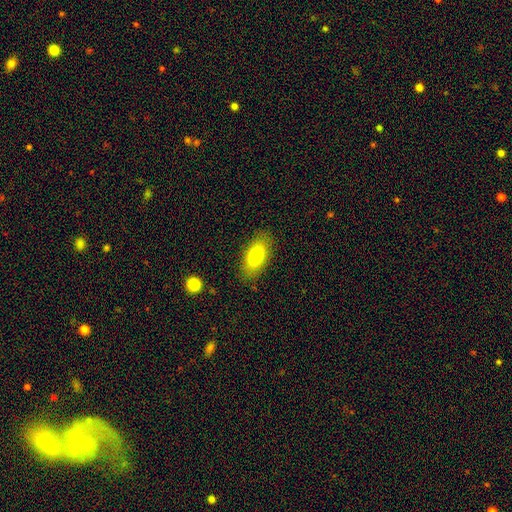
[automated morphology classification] Smooth or featured?
  - smooth: 80% *
  - featured or disk: 13%
  - star or artifact: 7%
How rounded?
  - in between: 90% *
  - cigar-shaped: 7%
  - round: 4%
Merging?
  - none: 85% *
  - minor disturbance: 11%
  - major disturbance: 3%
  - merger: 1%